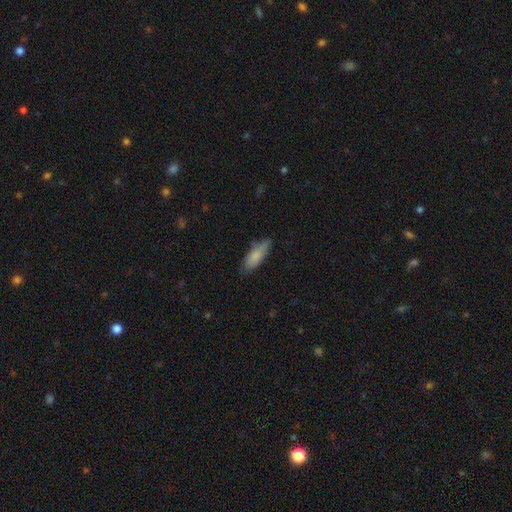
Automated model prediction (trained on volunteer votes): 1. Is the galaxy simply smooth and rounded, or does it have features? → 81% smooth, 13% featured or disk, 6% star or artifact.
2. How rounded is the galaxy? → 59% in between, 39% cigar-shaped, 2% round.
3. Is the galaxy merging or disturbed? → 76% none, 19% minor disturbance, 3% major disturbance, 2% merger.